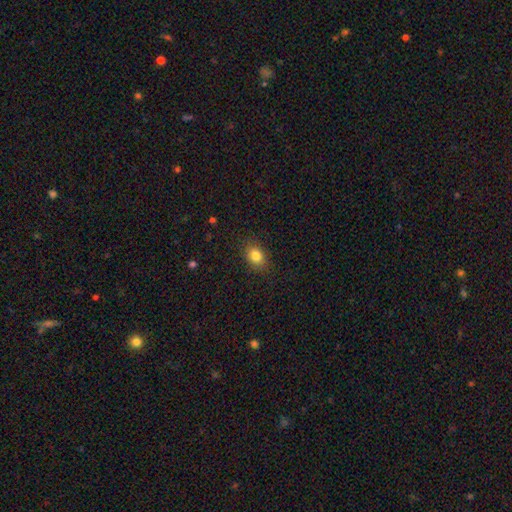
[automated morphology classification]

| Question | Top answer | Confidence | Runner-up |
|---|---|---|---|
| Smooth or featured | smooth | 83% | star or artifact (10%) |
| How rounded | in between | 66% | round (32%) |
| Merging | none | 88% | minor disturbance (9%) |